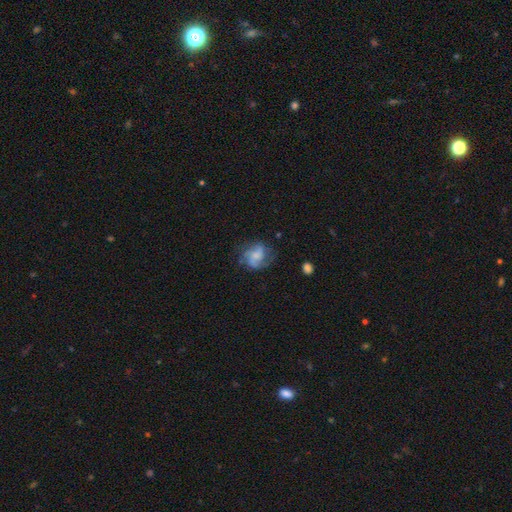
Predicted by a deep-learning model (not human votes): smooth-or-featured: featured or disk: 64% | smooth: 27% | star or artifact: 8%
  disk-edge-on: no: 98% | yes: 2%
    bar: no: 62% | weak: 32% | strong: 6%
    has-spiral-arms: yes: 90% | no: 10%
      spiral-winding: medium: 48% | loose: 28% | tight: 24%
      spiral-arm-count: 2: 44% | 3: 26% | can't tell: 17% | 1: 5% | 4: 5% | more than 4: 4%
    bulge-size: small: 38% | moderate: 27% | none: 25% | large: 8% | dominant: 2%
  merging: none: 63% | minor disturbance: 21% | major disturbance: 14% | merger: 2%